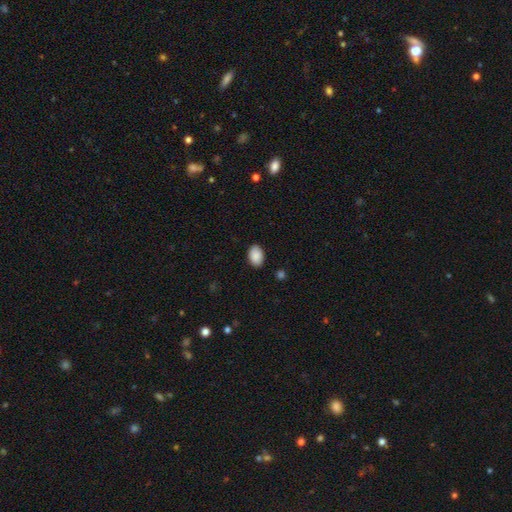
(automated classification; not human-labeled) Smooth or featured? Predicted: smooth (p=0.90). How rounded? Predicted: in between (p=0.88). Merging? Predicted: none (p=0.88).